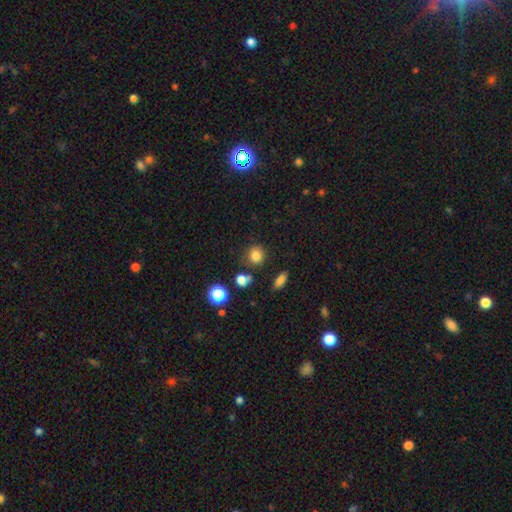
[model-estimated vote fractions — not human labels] Q: Smooth or featured?
A: smooth (82%); runner-up: star or artifact (12%)
Q: How rounded?
A: round (81%); runner-up: in between (18%)
Q: Merging?
A: none (77%); runner-up: minor disturbance (13%)